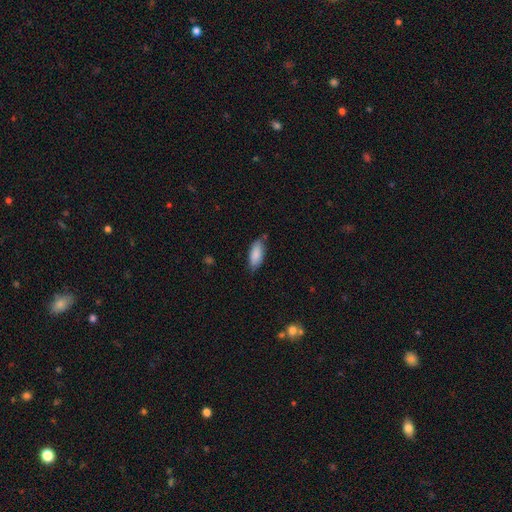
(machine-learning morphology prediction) smooth-or-featured: smooth: 86% | featured or disk: 8% | star or artifact: 6%
  how-rounded: in between: 86% | cigar-shaped: 12% | round: 2%
  merging: none: 71% | minor disturbance: 23% | major disturbance: 4% | merger: 2%